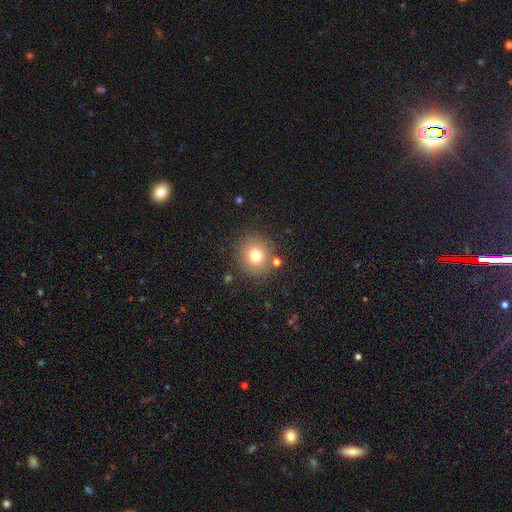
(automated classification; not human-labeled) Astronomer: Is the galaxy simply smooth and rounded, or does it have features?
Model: smooth — 75%.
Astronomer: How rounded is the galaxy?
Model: round — 85%.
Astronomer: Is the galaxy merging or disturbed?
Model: none — 84%.